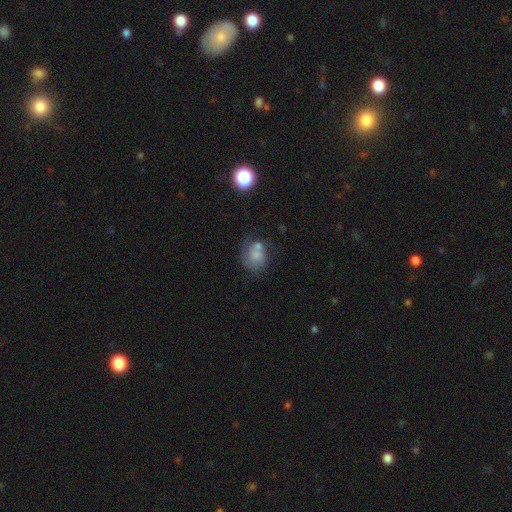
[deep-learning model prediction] smooth-or-featured: smooth: 64% | featured or disk: 24% | star or artifact: 12%
  how-rounded: round: 54% | in between: 45% | cigar-shaped: 1%
  merging: none: 36% | merger: 29% | minor disturbance: 20% | major disturbance: 15%